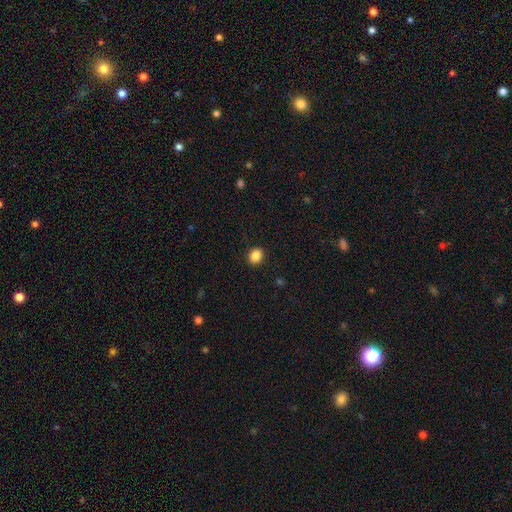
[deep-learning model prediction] smooth 87%, star or artifact 10%, featured or disk 3%. Down the decision tree: how rounded — round (64%); merging — none (91%).